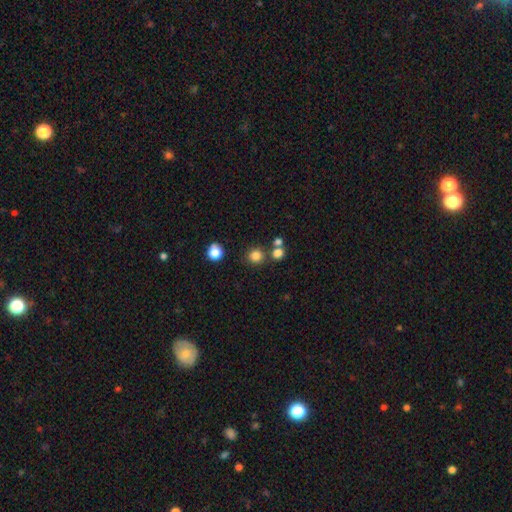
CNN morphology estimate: This appears to be a smooth galaxy with no disk features (80%) that is round (91%). Merging: none (78%).